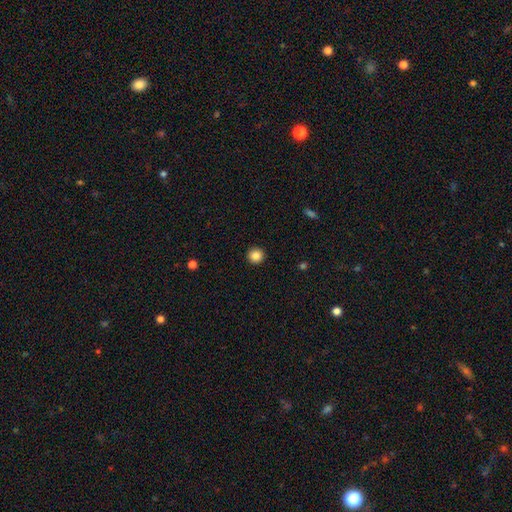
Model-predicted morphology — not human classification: Overall: smooth (85%). How rounded: round (96%). Merging: none (93%).